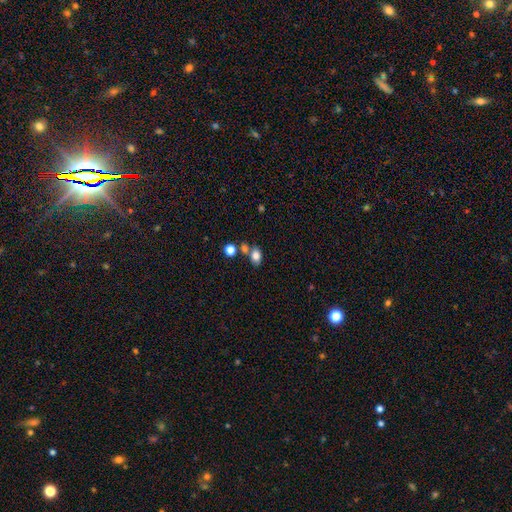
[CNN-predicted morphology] A smooth galaxy with no disk features (80%) that is in between round and cigar-shaped (77%). Merging: none (60%).